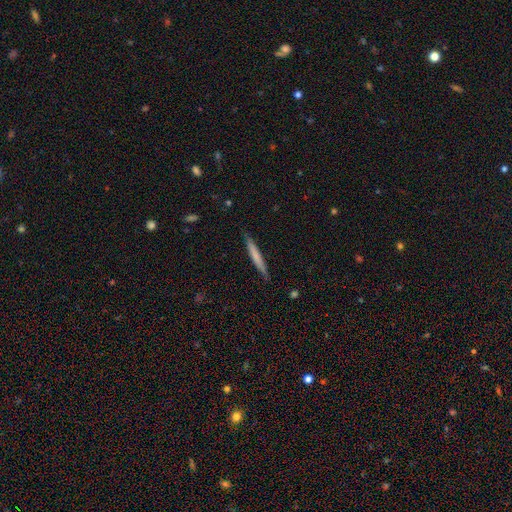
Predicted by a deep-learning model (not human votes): This appears to be a smooth galaxy with no disk features (63%) that is cigar-shaped (96%). Merging: none (88%).